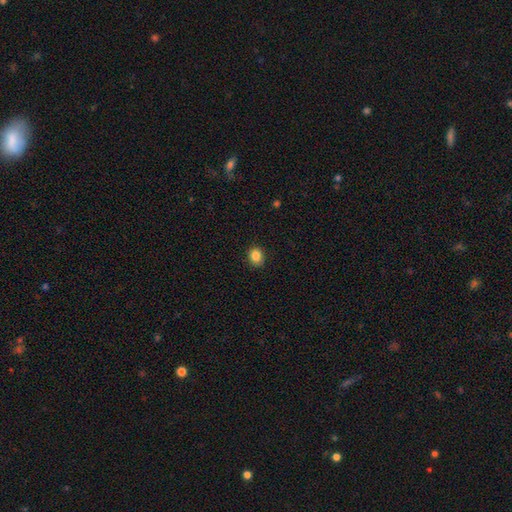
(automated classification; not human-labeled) Overall: smooth (86%). How rounded: round (69%; in between 30%). Merging: none (87%).